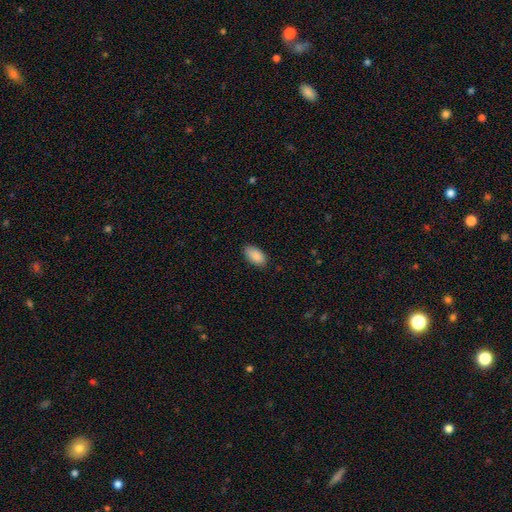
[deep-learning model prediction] This appears to be a smooth galaxy with no disk features (89%) that is in between round and cigar-shaped (94%). Merging: none (85%).